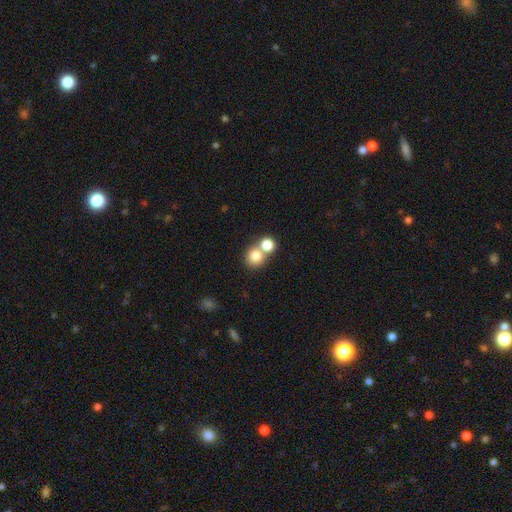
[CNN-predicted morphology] A smooth galaxy with no disk features (79%) that is round (84%).

Vote fractions:
- Smooth or featured? smooth: 79% / star or artifact: 11% / featured or disk: 10%
- How rounded? round: 84% / in between: 15% / cigar-shaped: 1%
- Merging? merger: 50% / none: 41% / minor disturbance: 6% / major disturbance: 3%